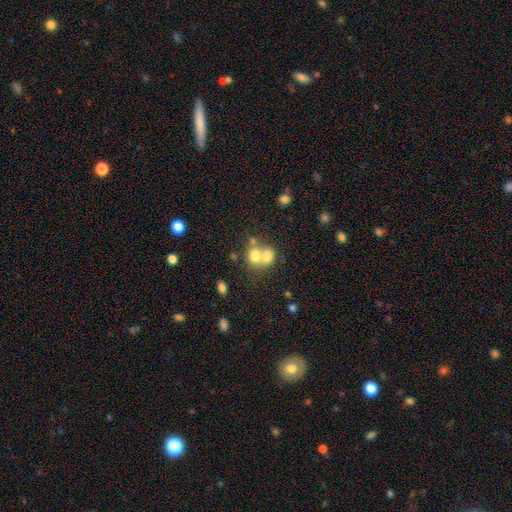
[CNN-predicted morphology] The model was most divided on "how rounded": round: 62%, in between: 37%, cigar-shaped: 1%. More confident: smooth or featured — smooth (71%); merging — merger (66%).